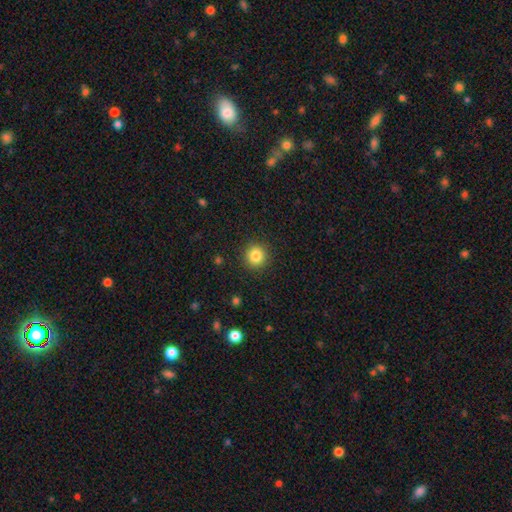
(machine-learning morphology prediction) This is clearly a smooth galaxy (84%). How rounded: clearly round (94%). Merging: clearly none (92%).